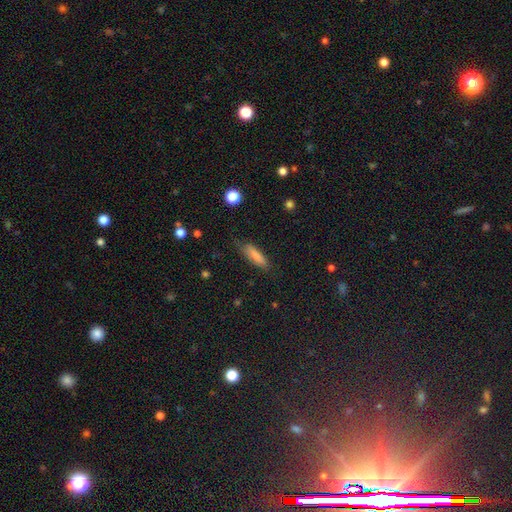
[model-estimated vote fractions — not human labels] This is clearly a smooth galaxy (82%). How rounded: likely cigar-shaped (61%). Merging: likely none (74%).